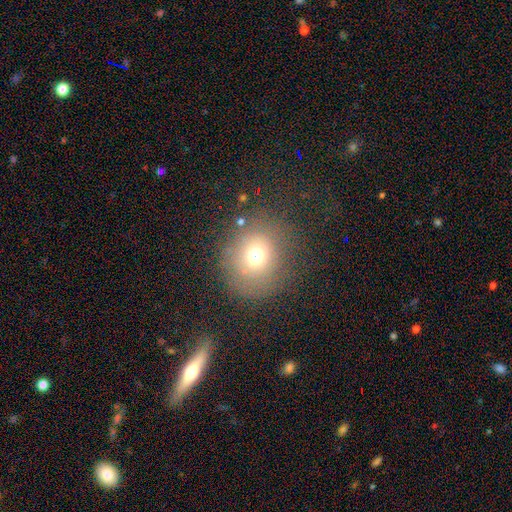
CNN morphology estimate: smooth 69%, star or artifact 18%, featured or disk 13%. Down the decision tree: how rounded — round (79%); merging — none (76%).